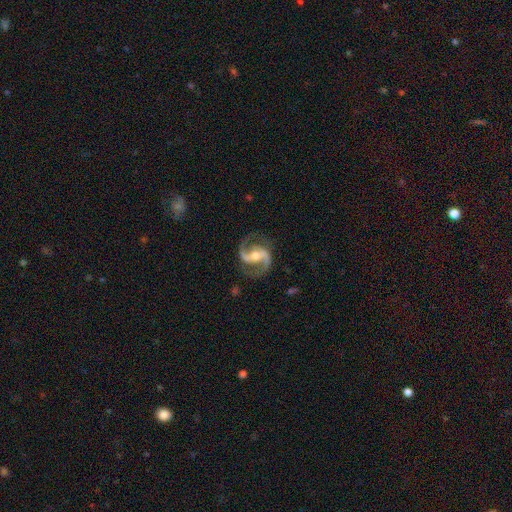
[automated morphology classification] smooth-or-featured: featured or disk: 93% | star or artifact: 4% | smooth: 3%
  disk-edge-on: no: 98% | yes: 2%
    bar: weak: 38% | strong: 34% | no: 28%
    has-spiral-arms: yes: 98% | no: 2%
      spiral-winding: medium: 63% | loose: 23% | tight: 14%
      spiral-arm-count: 2: 94% | can't tell: 1% | 3: 1% | 1: 1% | 4: 1% | more than 4: 1%
    bulge-size: moderate: 63% | small: 30% | large: 4% | none: 2% | dominant: 1%
  merging: none: 82% | minor disturbance: 12% | major disturbance: 5% | merger: 1%